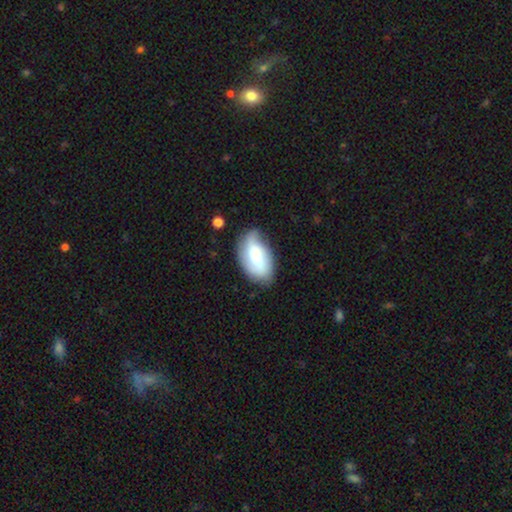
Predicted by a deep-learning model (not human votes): A smooth galaxy with no disk features (52%) that is in between round and cigar-shaped (92%). Merging: none (63%).